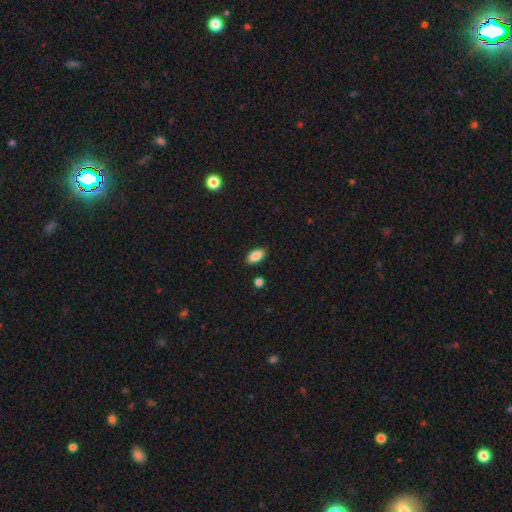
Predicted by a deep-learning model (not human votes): A smooth galaxy with no disk features (87%) that is in between round and cigar-shaped (92%). Merging: none (88%).